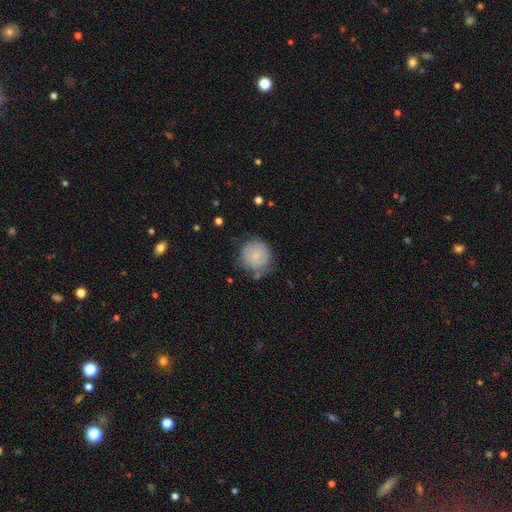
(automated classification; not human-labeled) Morphology: type=smooth (80%); roundness=round (90%); merging=none (62%).